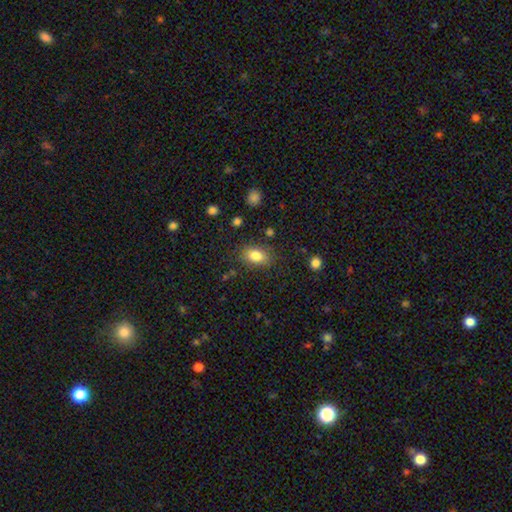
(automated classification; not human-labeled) Smooth or featured: smooth — 83% (star or artifact — 9%)
How rounded: in between — 84% (round — 14%)
Merging: none — 81% (minor disturbance — 13%)